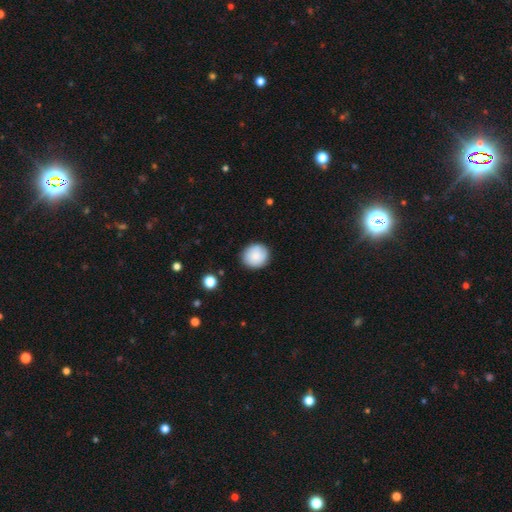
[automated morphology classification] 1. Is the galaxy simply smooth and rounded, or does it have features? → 84% smooth, 8% featured or disk, 7% star or artifact.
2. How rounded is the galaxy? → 88% round, 11% in between, 1% cigar-shaped.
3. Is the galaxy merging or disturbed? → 88% none, 8% minor disturbance, 2% major disturbance, 1% merger.